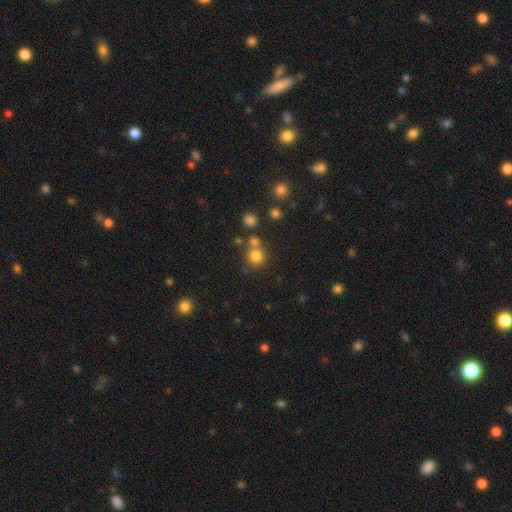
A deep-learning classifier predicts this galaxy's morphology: Smooth or featured? Predicted: smooth (p=0.77). How rounded? Predicted: round (p=0.89). Merging? Predicted: none (p=0.63).